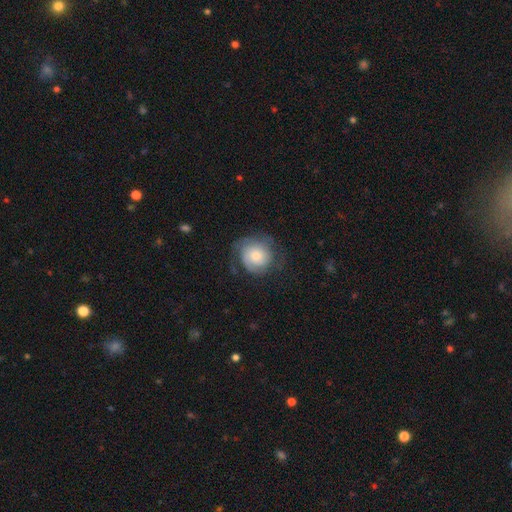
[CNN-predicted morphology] This is possibly a featured or disk galaxy (55%). It is clearly not viewed edge-on (98%). Bar: clearly no (80%). Spiral arm pattern: clearly yes (87%). Central bulge: possibly moderate (54%). Merging: likely none (65%).